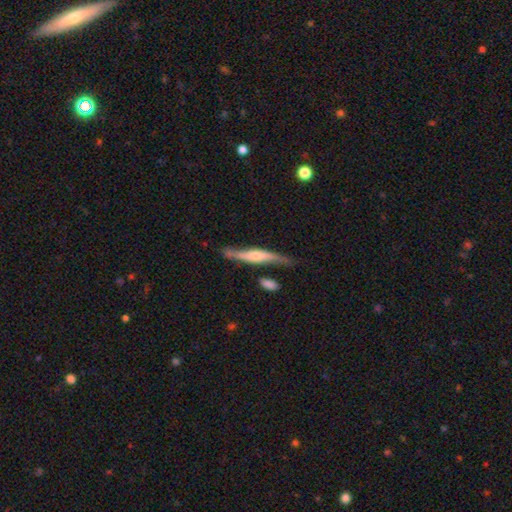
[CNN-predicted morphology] Q: Smooth or featured?
A: featured or disk (67%); runner-up: smooth (27%)
Q: Edge-on disk?
A: yes (84%); runner-up: no (16%)
Q: Edge-on bulge?
A: rounded (67%); runner-up: boxy (20%)
Q: Merging?
A: none (65%); runner-up: minor disturbance (22%)